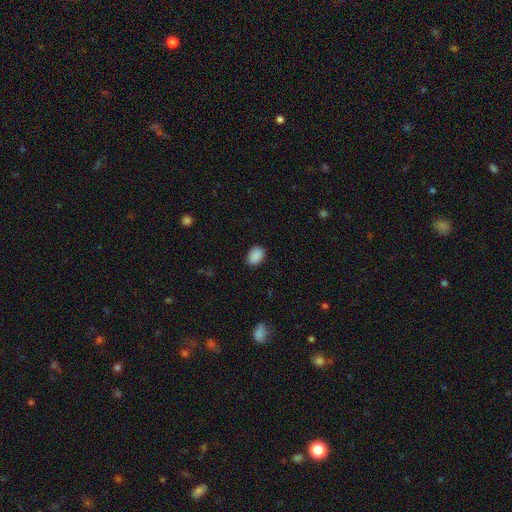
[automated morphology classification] smooth_or_featured: smooth (p=0.89) [alt: star or artifact p=0.08]
how_rounded: in between (p=0.80) [alt: round p=0.19]
merging: none (p=0.86) [alt: minor disturbance p=0.10]